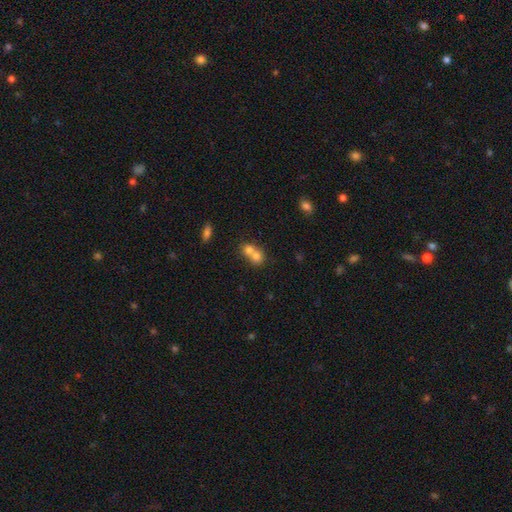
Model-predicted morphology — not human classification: Smooth or featured? smooth (73%)
How rounded? round (72%)
Merging? merger (67%)